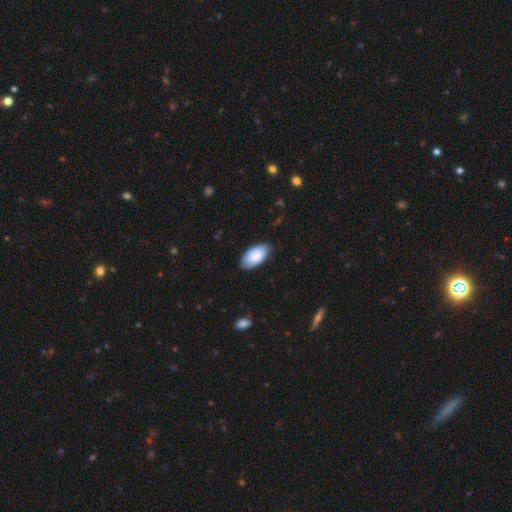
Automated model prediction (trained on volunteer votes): Morphology: type=smooth (84%); roundness=in between (95%); merging=none (79%).